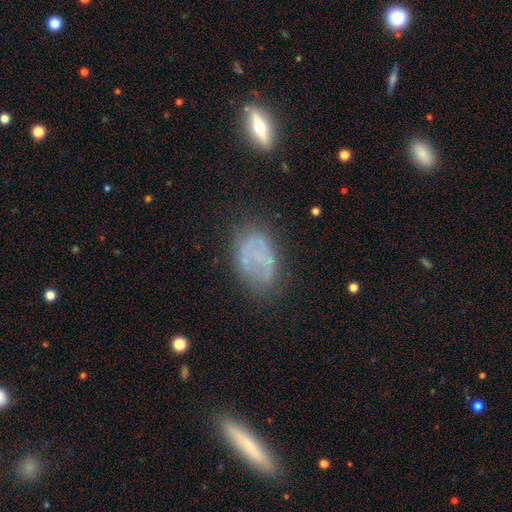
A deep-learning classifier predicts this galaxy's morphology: Smooth or featured? featured or disk (50%)
Edge-on disk? no (96%)
Merging? none (56%)